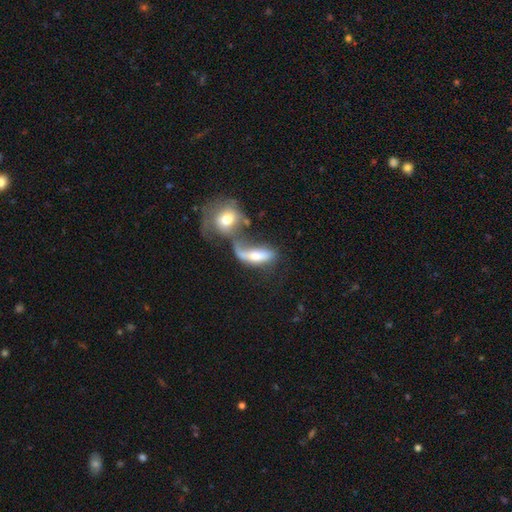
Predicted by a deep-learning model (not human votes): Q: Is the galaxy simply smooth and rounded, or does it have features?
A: smooth — 56%.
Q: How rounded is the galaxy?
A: in between — 65%.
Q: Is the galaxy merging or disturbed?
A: merger — 65%.